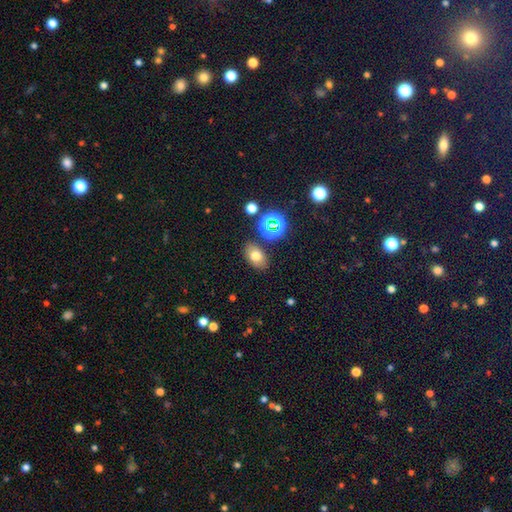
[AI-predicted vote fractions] A smooth galaxy with no disk features (70%) that is in between round and cigar-shaped (83%).

Vote fractions:
- Smooth or featured? smooth: 70% / star or artifact: 17% / featured or disk: 13%
- How rounded? in between: 83% / round: 16% / cigar-shaped: 2%
- Merging? none: 82% / minor disturbance: 10% / merger: 5% / major disturbance: 3%